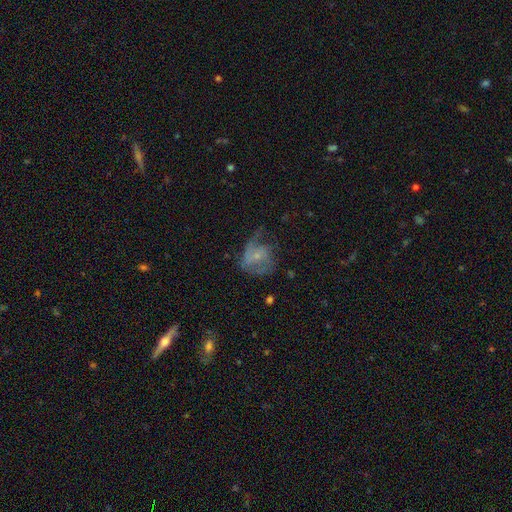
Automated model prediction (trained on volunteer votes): featured or disk 57%, smooth 34%, star or artifact 9%. Down the decision tree: edge-on disk — no (98%); bar — no (71%); spiral arms — yes (68%); bulge size — small (70%); merging — major disturbance (38%).